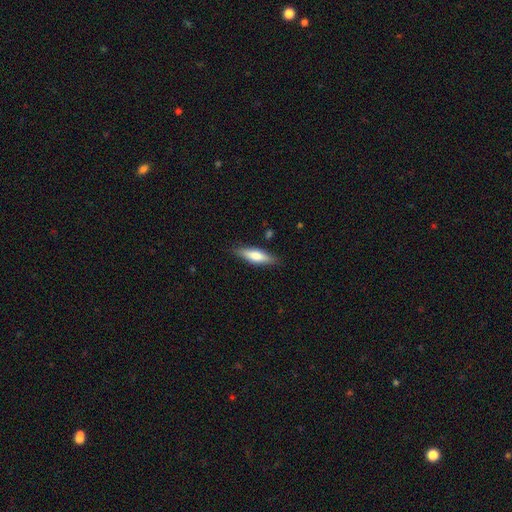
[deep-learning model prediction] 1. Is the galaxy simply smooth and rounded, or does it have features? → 69% smooth, 26% featured or disk, 6% star or artifact.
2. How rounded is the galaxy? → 57% cigar-shaped, 41% in between, 2% round.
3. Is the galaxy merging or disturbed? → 85% none, 11% minor disturbance, 2% major disturbance, 1% merger.